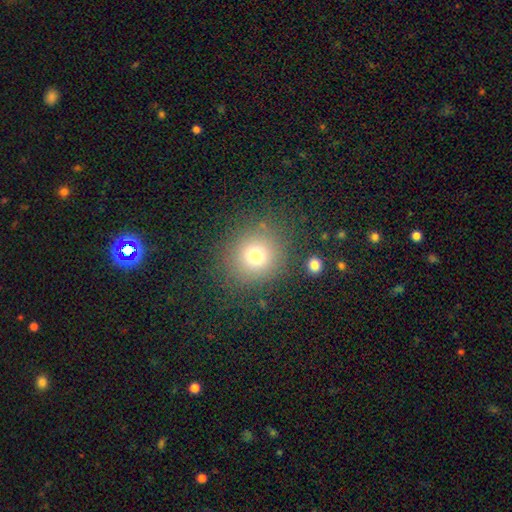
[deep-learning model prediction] Smooth or featured?
  - smooth: 74% *
  - star or artifact: 16%
  - featured or disk: 10%
How rounded?
  - round: 88% *
  - in between: 11%
  - cigar-shaped: 1%
Merging?
  - none: 83% *
  - minor disturbance: 9%
  - major disturbance: 5%
  - merger: 3%